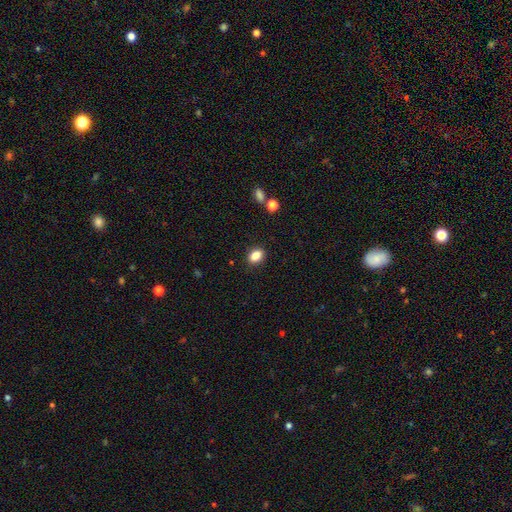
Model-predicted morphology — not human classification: A smooth galaxy with no disk features (85%) that is in between round and cigar-shaped (74%).

Vote fractions:
- Smooth or featured? smooth: 85% / star or artifact: 10% / featured or disk: 6%
- How rounded? in between: 74% / round: 24% / cigar-shaped: 2%
- Merging? none: 88% / minor disturbance: 8% / major disturbance: 2% / merger: 1%